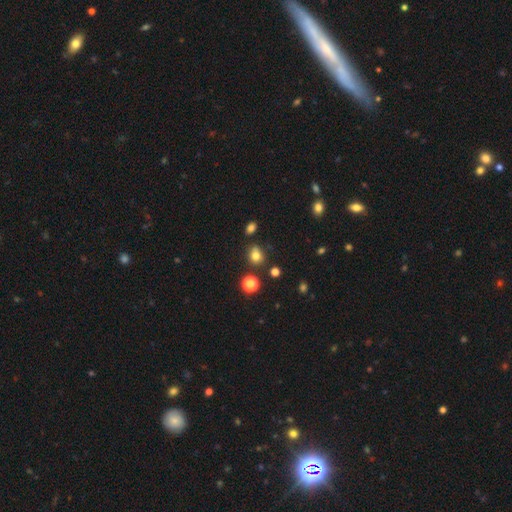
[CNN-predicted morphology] Overall: smooth (77%). How rounded: round (62%; in between 37%). Merging: none (72%).